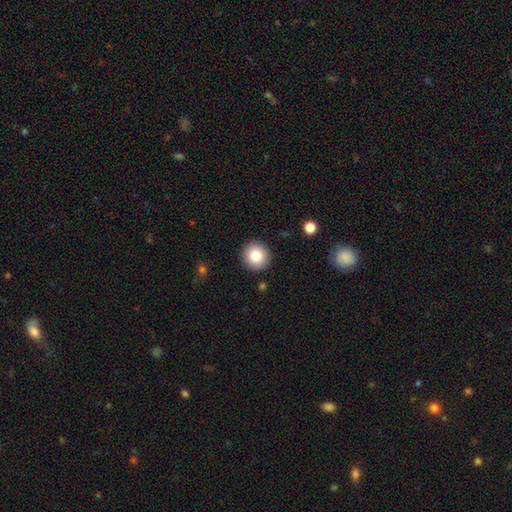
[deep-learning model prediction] Morphology: type=smooth (82%); roundness=round (95%); merging=none (92%).